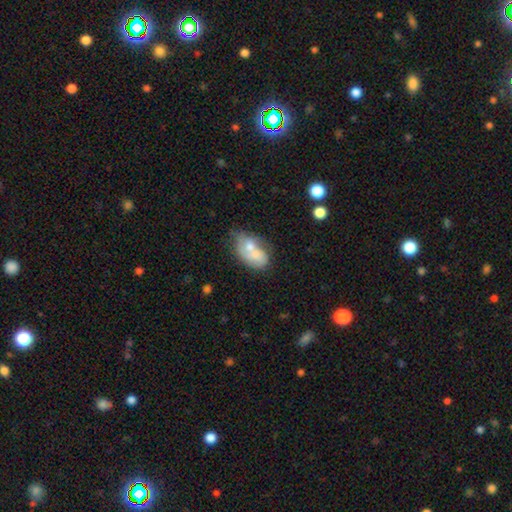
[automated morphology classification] Smooth or featured?
  - smooth: 58% *
  - featured or disk: 35%
  - star or artifact: 7%
How rounded?
  - in between: 85% *
  - round: 13%
  - cigar-shaped: 2%
Merging?
  - merger: 53% *
  - none: 21%
  - minor disturbance: 16%
  - major disturbance: 10%